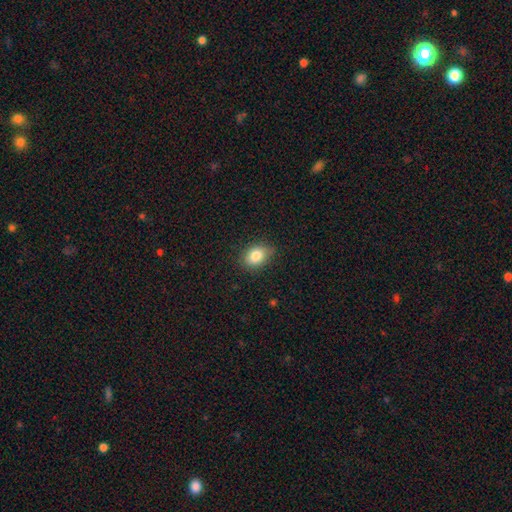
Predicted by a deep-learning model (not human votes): The model was most divided on "how rounded": in between: 71%, round: 28%, cigar-shaped: 1%. More confident: smooth or featured — smooth (83%); merging — none (79%).